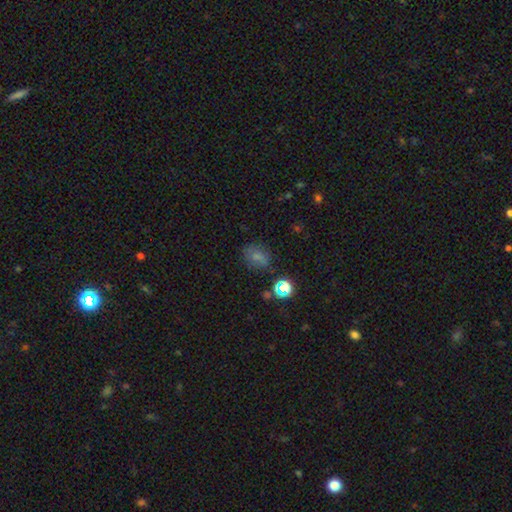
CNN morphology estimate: smooth-or-featured: smooth: 62% | star or artifact: 27% | featured or disk: 11%
  how-rounded: round: 51% | in between: 47% | cigar-shaped: 2%
  merging: none: 75% | minor disturbance: 16% | major disturbance: 5% | merger: 4%